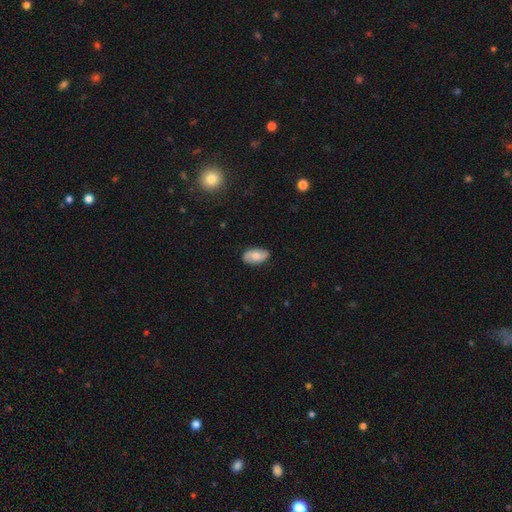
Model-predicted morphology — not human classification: A smooth galaxy with no disk features (58%) that is in between round and cigar-shaped (93%).

Vote fractions:
- Smooth or featured? smooth: 58% / featured or disk: 35% / star or artifact: 7%
- How rounded? in between: 93% / round: 4% / cigar-shaped: 3%
- Merging? none: 83% / minor disturbance: 13% / major disturbance: 3% / merger: 1%